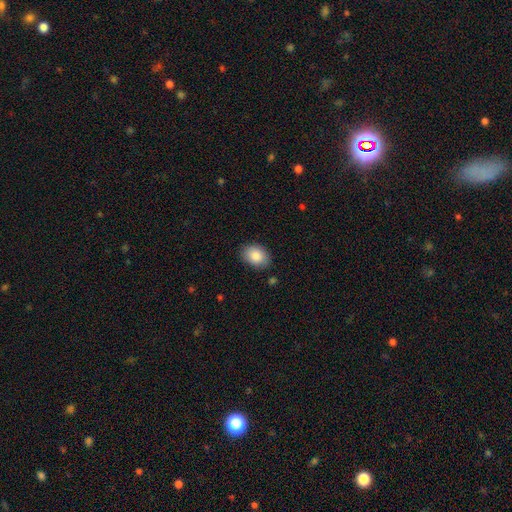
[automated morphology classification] smooth_or_featured: smooth (p=0.87) [alt: star or artifact p=0.07]
how_rounded: in between (p=0.75) [alt: round p=0.24]
merging: none (p=0.84) [alt: minor disturbance p=0.12]